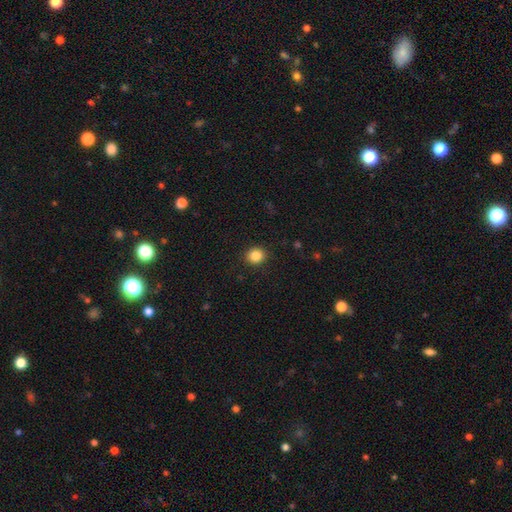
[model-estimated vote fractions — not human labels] This appears to be a smooth galaxy with no disk features (85%) that is round (81%). Merging: none (91%).